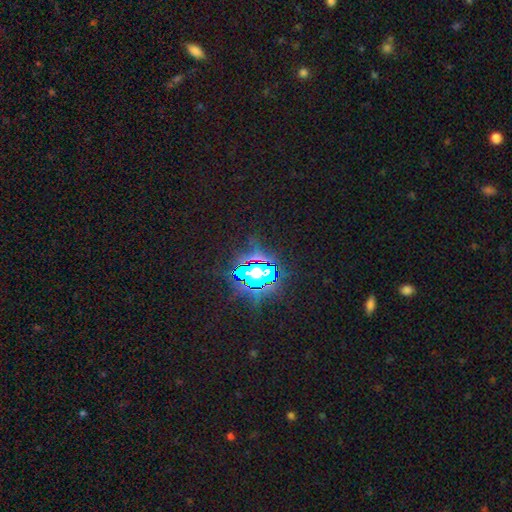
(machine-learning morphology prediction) Q: Smooth or featured?
A: star or artifact (83%); runner-up: smooth (10%)